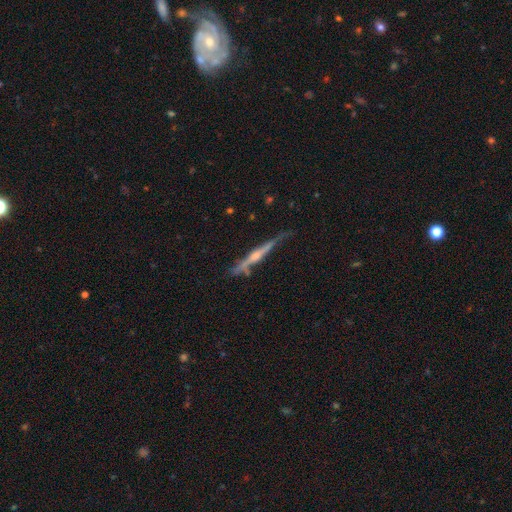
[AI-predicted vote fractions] featured or disk 75%, smooth 19%, star or artifact 6%. Down the decision tree: edge-on disk — yes (96%); edge-on bulge — rounded (73%); merging — none (66%).